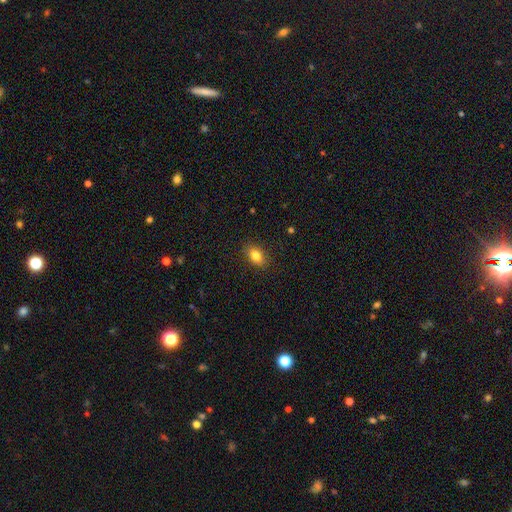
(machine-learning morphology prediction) Smooth or featured?
  - smooth: 82% *
  - featured or disk: 9%
  - star or artifact: 9%
How rounded?
  - in between: 82% *
  - round: 16%
  - cigar-shaped: 3%
Merging?
  - none: 88% *
  - minor disturbance: 9%
  - major disturbance: 2%
  - merger: 1%